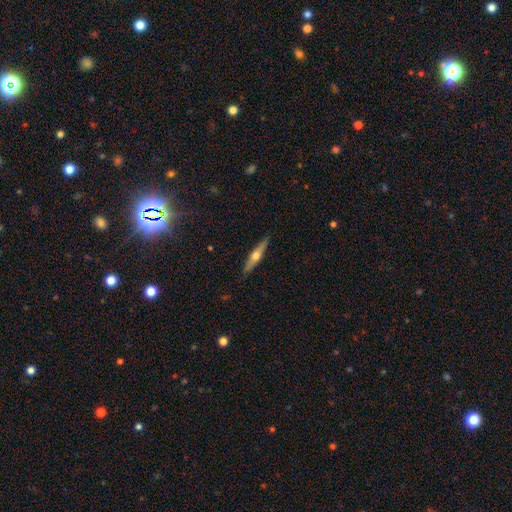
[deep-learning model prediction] This is possibly a featured or disk galaxy (60%). It is clearly viewed edge-on (95%). Edge-on bulge: clearly rounded (92%). Merging: clearly none (90%).